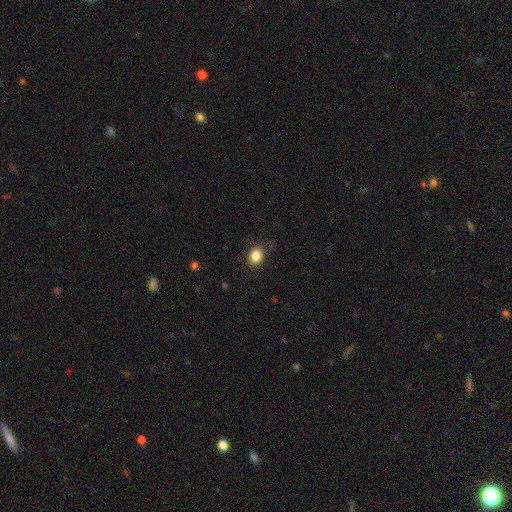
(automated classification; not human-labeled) A smooth galaxy with no disk features (85%) that is in between round and cigar-shaped (52%). Merging: none (82%).